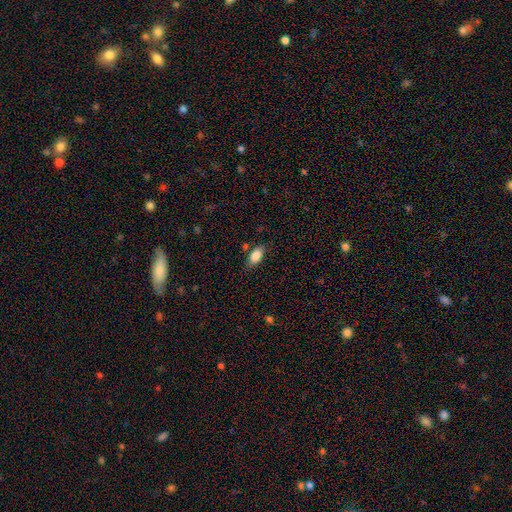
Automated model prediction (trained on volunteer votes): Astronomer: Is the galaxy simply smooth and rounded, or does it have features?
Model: smooth — 85%.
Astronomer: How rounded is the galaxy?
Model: in between — 90%.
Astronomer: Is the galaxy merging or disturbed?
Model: none — 77%.